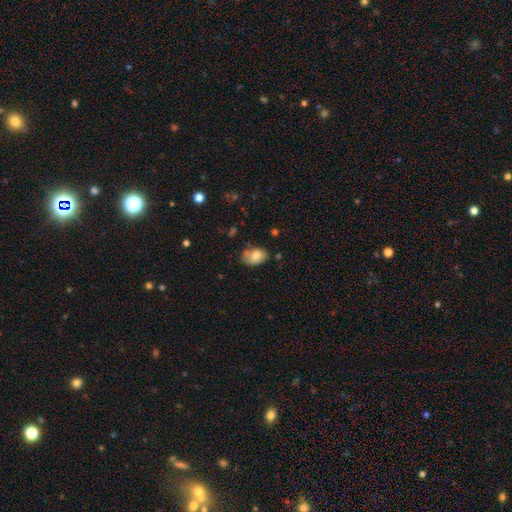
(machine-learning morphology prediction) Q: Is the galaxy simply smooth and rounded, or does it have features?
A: smooth — 79%.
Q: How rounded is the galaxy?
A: in between — 82%.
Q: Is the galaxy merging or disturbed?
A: none — 62%.